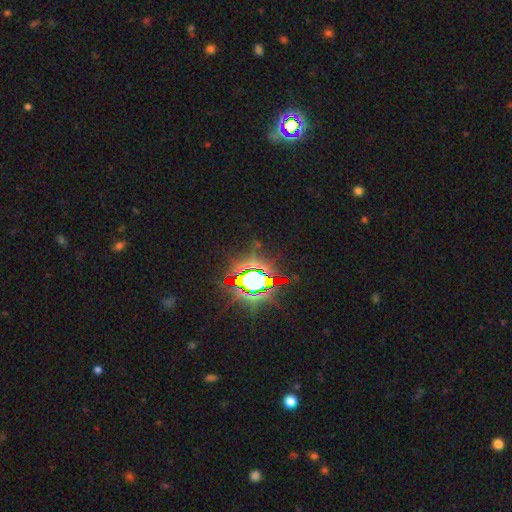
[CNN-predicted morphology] Smooth or featured?
  - star or artifact: 83% *
  - smooth: 9%
  - featured or disk: 8%